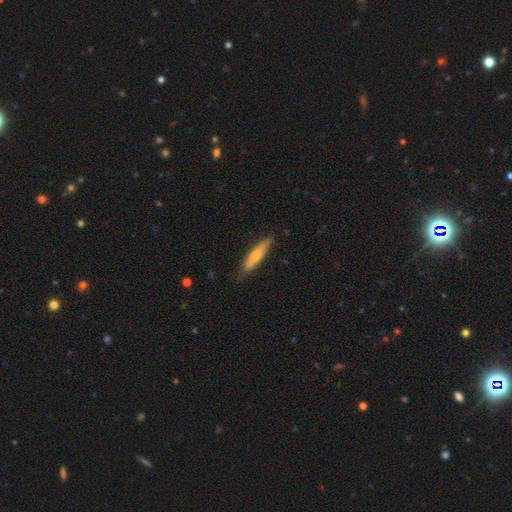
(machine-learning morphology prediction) Smooth or featured? smooth (74%)
How rounded? cigar-shaped (83%)
Merging? none (81%)